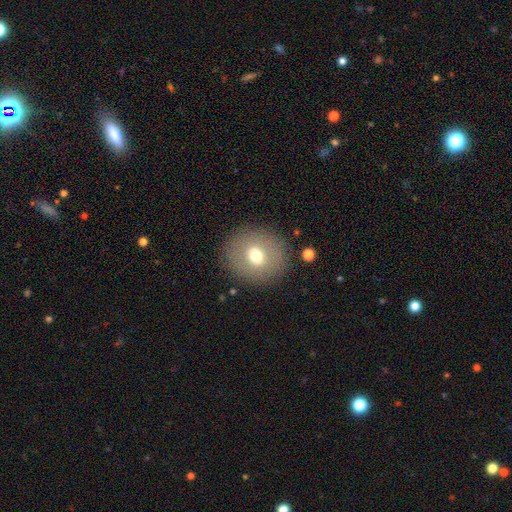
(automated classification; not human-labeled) smooth-or-featured: smooth: 66% | featured or disk: 24% | star or artifact: 10%
  how-rounded: round: 76% | in between: 23% | cigar-shaped: 1%
  merging: none: 86% | minor disturbance: 9% | major disturbance: 4% | merger: 2%